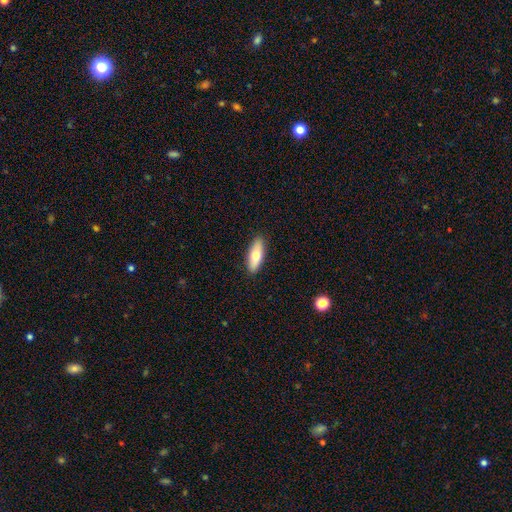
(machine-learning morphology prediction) type=smooth (70%); roundness=in between (64%); merging=none (89%).